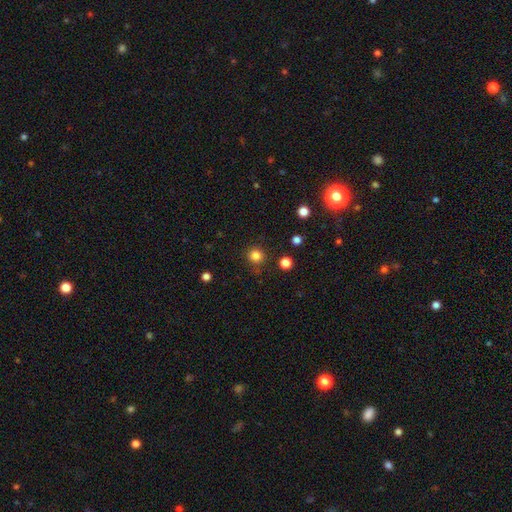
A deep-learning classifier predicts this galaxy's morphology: The model was most divided on "smooth or featured": smooth: 82%, star or artifact: 13%, featured or disk: 4%. More confident: how rounded — round (93%); merging — none (88%).